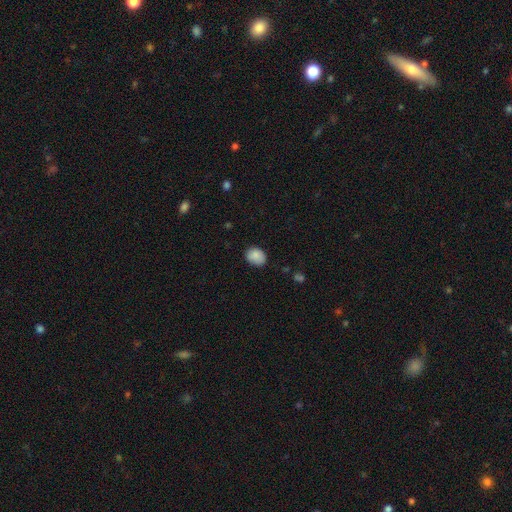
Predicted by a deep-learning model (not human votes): Q: Smooth or featured?
A: smooth (87%); runner-up: star or artifact (8%)
Q: How rounded?
A: in between (59%); runner-up: round (40%)
Q: Merging?
A: none (77%); runner-up: minor disturbance (19%)